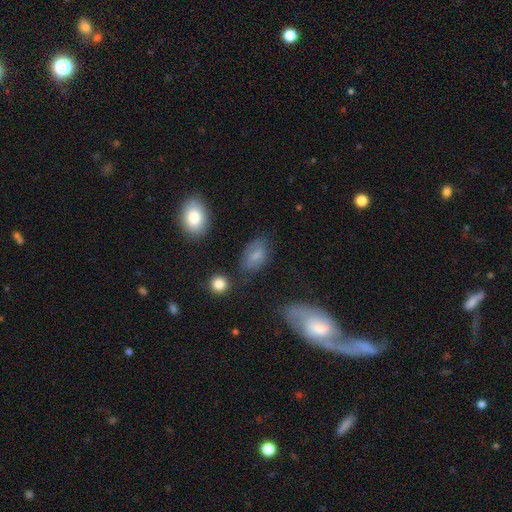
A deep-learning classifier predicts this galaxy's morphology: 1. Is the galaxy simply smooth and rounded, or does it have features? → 68% smooth, 21% featured or disk, 11% star or artifact.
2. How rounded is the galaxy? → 90% in between, 8% round, 2% cigar-shaped.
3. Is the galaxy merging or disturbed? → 62% none, 24% minor disturbance, 10% major disturbance, 4% merger.